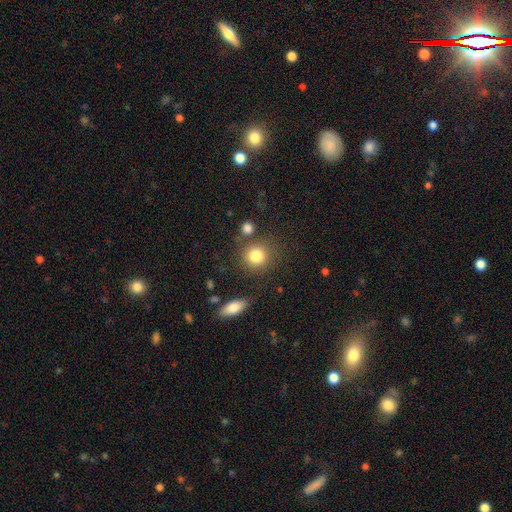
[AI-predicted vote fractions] A smooth galaxy with no disk features (83%) that is round (85%). Merging: none (76%).